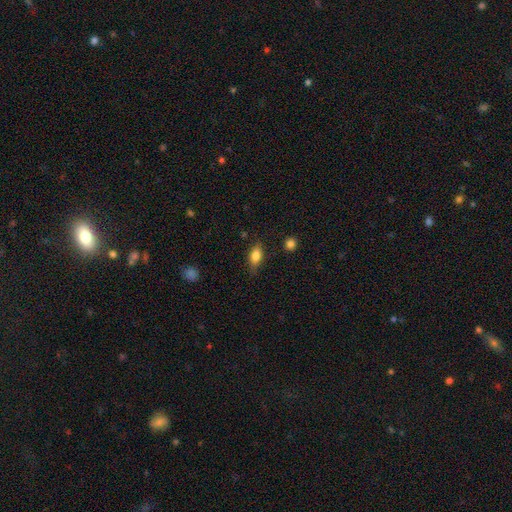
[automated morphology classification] A smooth galaxy with no disk features (78%) that is in between round and cigar-shaped (81%).

Vote fractions:
- Smooth or featured? smooth: 78% / featured or disk: 14% / star or artifact: 8%
- How rounded? in between: 81% / cigar-shaped: 11% / round: 8%
- Merging? none: 78% / minor disturbance: 17% / major disturbance: 4% / merger: 2%